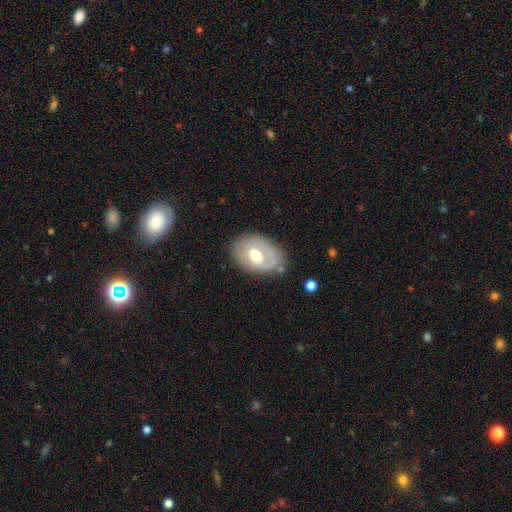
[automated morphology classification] Smooth or featured? featured or disk (51%)
Edge-on disk? no (92%)
Merging? none (70%)